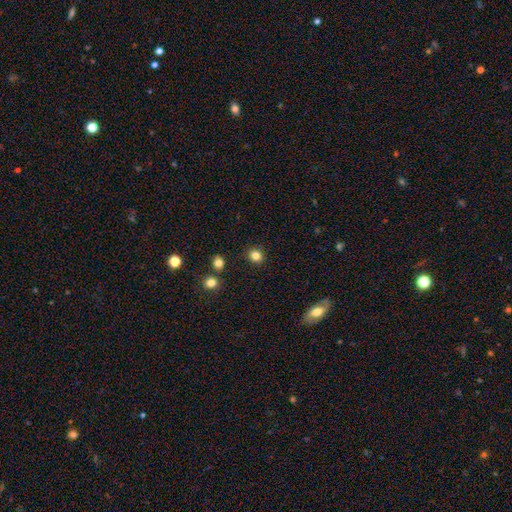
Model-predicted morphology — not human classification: This is clearly a smooth galaxy (83%). How rounded: likely round (78%). Merging: clearly none (89%).